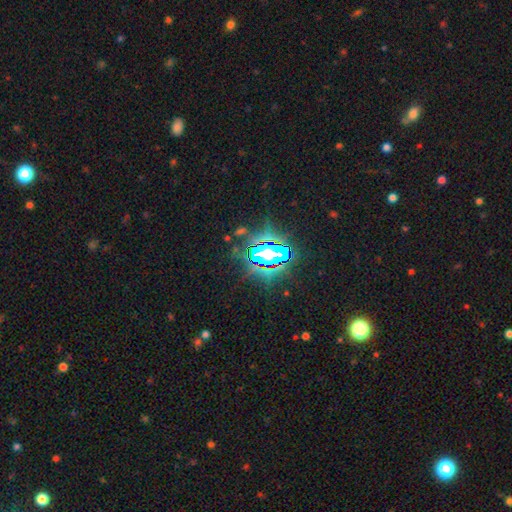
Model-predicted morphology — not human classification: type=star or artifact (83%).